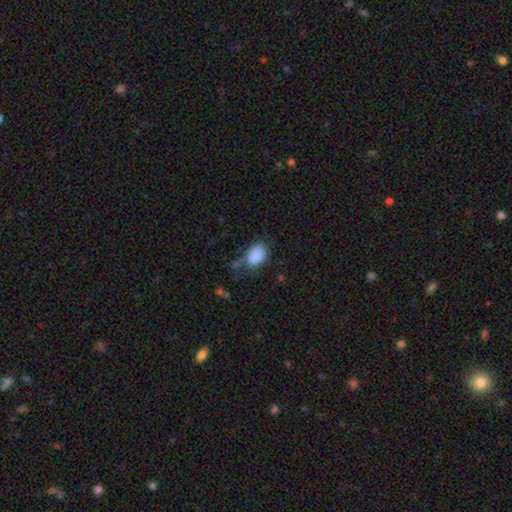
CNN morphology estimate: smooth-or-featured: smooth: 85% | star or artifact: 9% | featured or disk: 7%
  how-rounded: in between: 84% | round: 15% | cigar-shaped: 1%
  merging: none: 44% | minor disturbance: 31% | major disturbance: 19% | merger: 6%